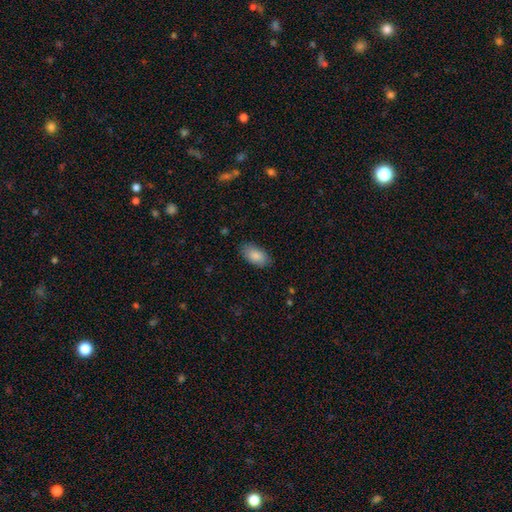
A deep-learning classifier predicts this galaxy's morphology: Q: Smooth or featured?
A: smooth (88%); runner-up: star or artifact (6%)
Q: How rounded?
A: in between (94%); runner-up: round (3%)
Q: Merging?
A: none (85%); runner-up: minor disturbance (12%)